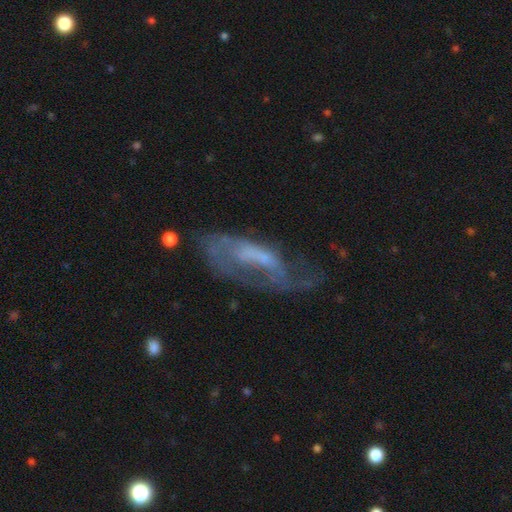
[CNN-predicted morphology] Smooth or featured?
  - featured or disk: 60% *
  - smooth: 29%
  - star or artifact: 11%
Edge-on disk?
  - no: 85% *
  - yes: 15%
Bar?
  - no: 56% *
  - weak: 30%
  - strong: 14%
Spiral arms?
  - no: 55% *
  - yes: 45%
Bulge size?
  - none: 40% *
  - small: 29%
  - moderate: 23%
  - large: 6%
  - dominant: 1%
Merging?
  - major disturbance: 40% *
  - none: 33%
  - minor disturbance: 22%
  - merger: 5%